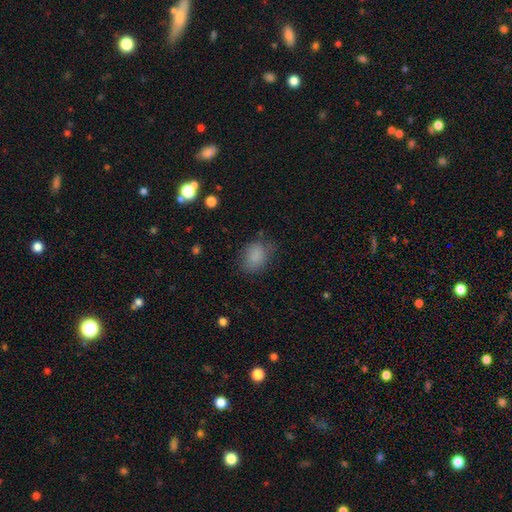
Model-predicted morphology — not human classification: smooth-or-featured: smooth: 84% | star or artifact: 10% | featured or disk: 6%
  how-rounded: in between: 59% | round: 40% | cigar-shaped: 1%
  merging: none: 71% | minor disturbance: 21% | major disturbance: 6% | merger: 1%